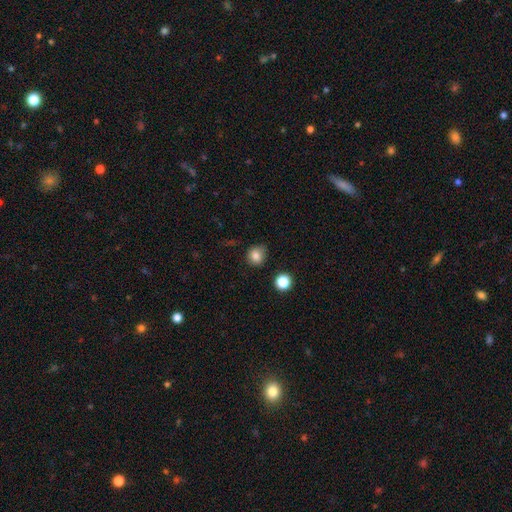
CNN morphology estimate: smooth-or-featured: smooth: 82% | star or artifact: 12% | featured or disk: 6%
  how-rounded: round: 83% | in between: 16% | cigar-shaped: 1%
  merging: none: 78% | minor disturbance: 16% | major disturbance: 4% | merger: 2%